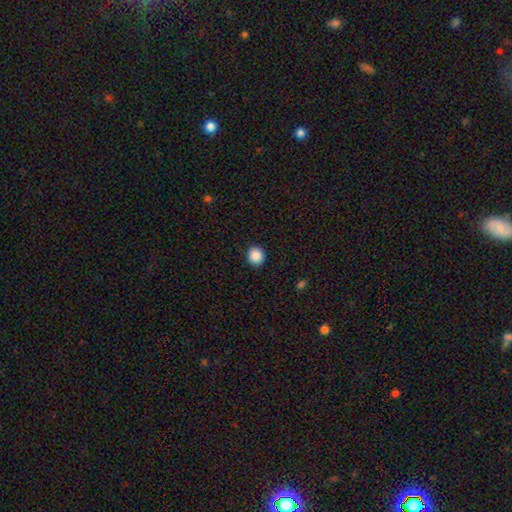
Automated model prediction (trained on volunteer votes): Smooth or featured?
  - smooth: 88% *
  - star or artifact: 9%
  - featured or disk: 3%
How rounded?
  - round: 91% *
  - in between: 8%
  - cigar-shaped: 1%
Merging?
  - none: 93% *
  - minor disturbance: 5%
  - major disturbance: 2%
  - merger: 1%